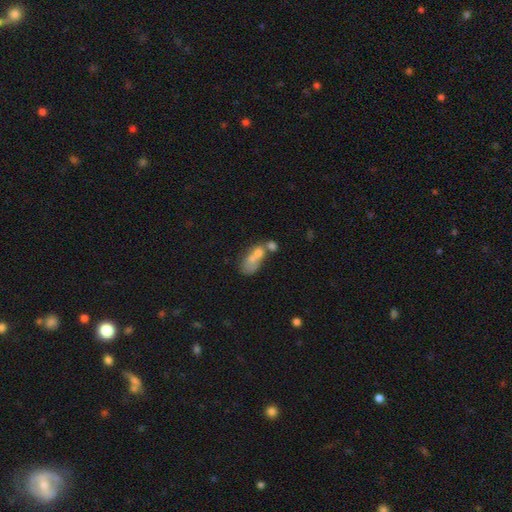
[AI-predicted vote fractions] A smooth galaxy with no disk features (59%) that is in between round and cigar-shaped (77%). Merging: merger (61%).